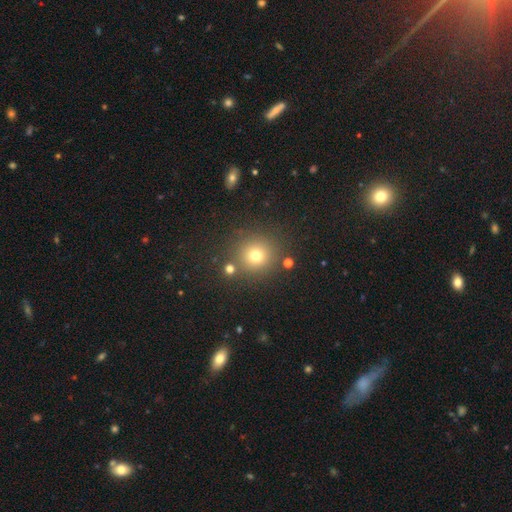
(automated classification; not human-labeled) This is likely a smooth galaxy (72%). How rounded: clearly round (92%). Merging: clearly none (83%).